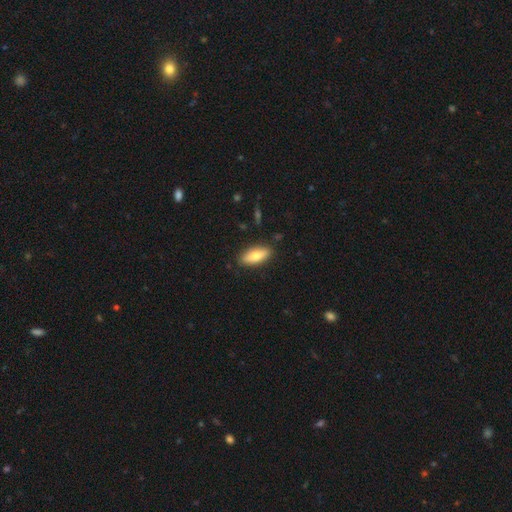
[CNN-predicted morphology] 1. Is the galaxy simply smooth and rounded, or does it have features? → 73% smooth, 21% featured or disk, 6% star or artifact.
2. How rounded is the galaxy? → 79% in between, 19% cigar-shaped, 2% round.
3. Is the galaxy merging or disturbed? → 86% none, 10% minor disturbance, 2% major disturbance, 2% merger.